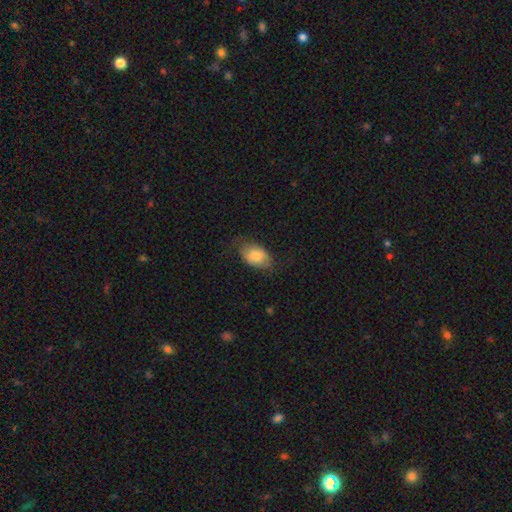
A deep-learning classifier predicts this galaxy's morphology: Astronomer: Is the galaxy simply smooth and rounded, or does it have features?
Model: smooth — 78%.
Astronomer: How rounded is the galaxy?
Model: in between — 87%.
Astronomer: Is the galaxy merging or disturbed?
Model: none — 65%.